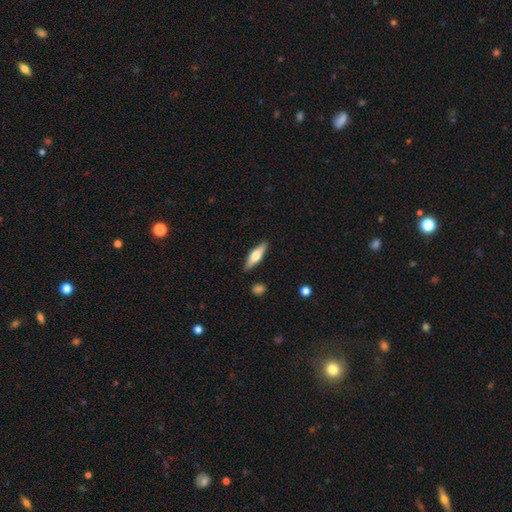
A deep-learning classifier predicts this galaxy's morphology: This appears to be a featured or disk galaxy (50%) viewed edge-on (93%). Merging: none (88%).